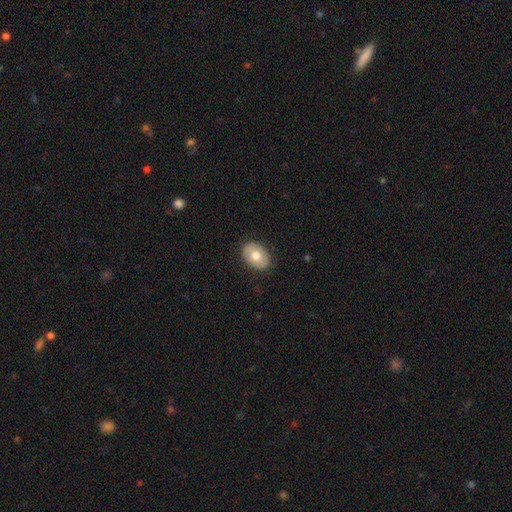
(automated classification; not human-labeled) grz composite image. It shows a smooth galaxy with no disk features (70%) that is in between round and cigar-shaped (77%). Merging: none (87%).